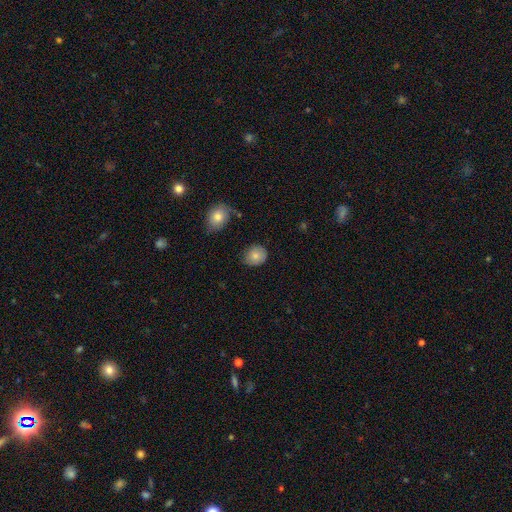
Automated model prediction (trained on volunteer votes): Smooth or featured: smooth — 80% (featured or disk — 10%)
How rounded: round — 72% (in between — 27%)
Merging: none — 78% (minor disturbance — 16%)